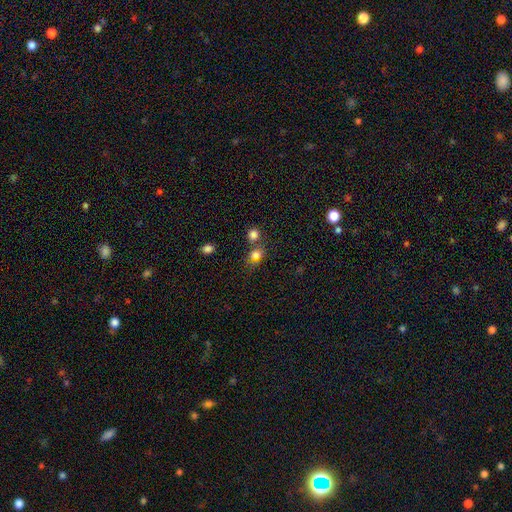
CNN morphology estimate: smooth 78%, star or artifact 14%, featured or disk 8%. Down the decision tree: how rounded — round (50%); merging — none (52%).